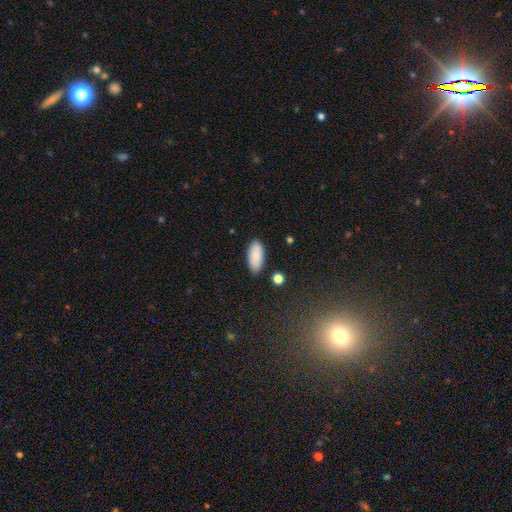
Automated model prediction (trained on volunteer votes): Overall: smooth (89%). How rounded: in between (91%). Merging: none (86%).